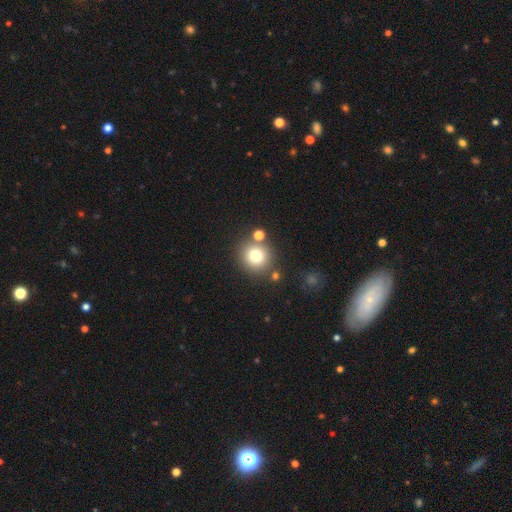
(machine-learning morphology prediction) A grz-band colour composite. It shows a smooth galaxy with no disk features (76%) that is round (90%). Merging: none (77%).